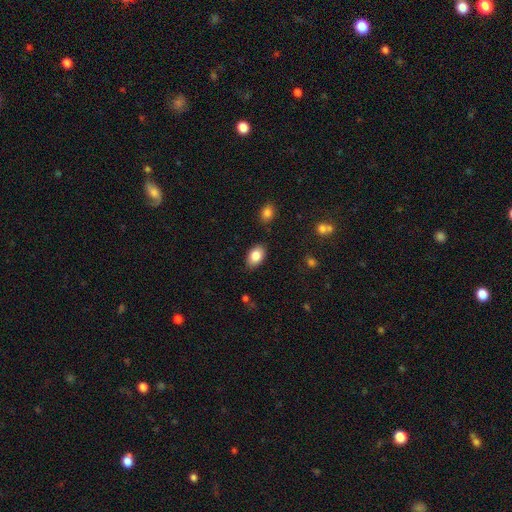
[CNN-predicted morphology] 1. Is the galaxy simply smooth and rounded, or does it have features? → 84% smooth, 8% featured or disk, 7% star or artifact.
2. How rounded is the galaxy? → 91% in between, 8% round, 1% cigar-shaped.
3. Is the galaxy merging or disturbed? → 85% none, 11% minor disturbance, 2% major disturbance, 2% merger.